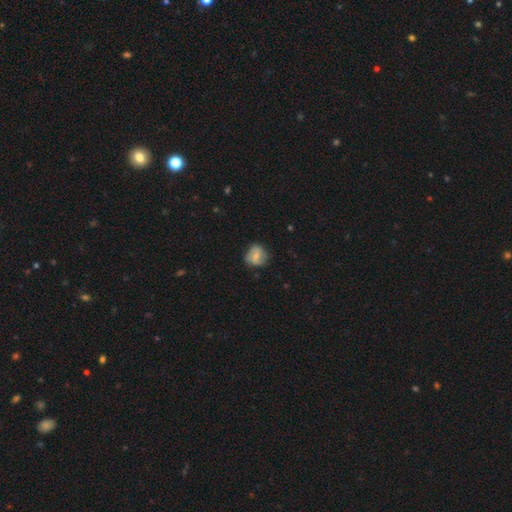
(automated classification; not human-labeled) Smooth or featured? smooth (55%)
How rounded? round (74%)
Merging? none (65%)